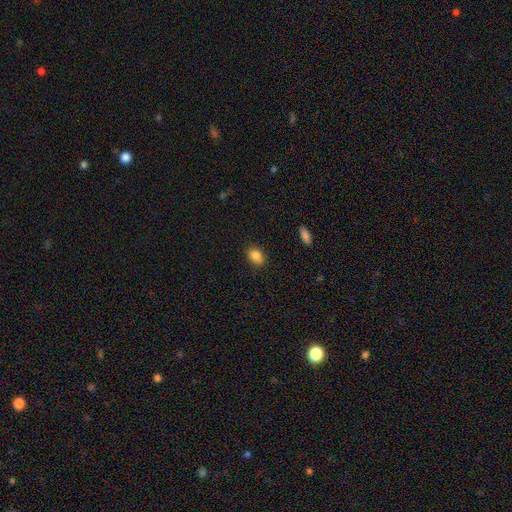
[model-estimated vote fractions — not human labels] Smooth or featured? smooth (86%)
How rounded? in between (78%)
Merging? none (84%)